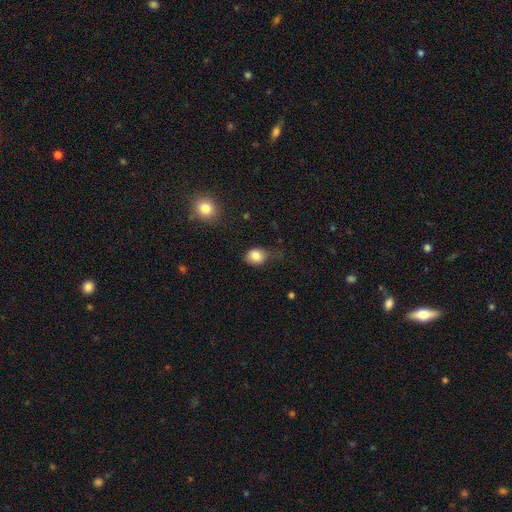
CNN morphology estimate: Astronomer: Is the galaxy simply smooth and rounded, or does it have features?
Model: smooth — 82%.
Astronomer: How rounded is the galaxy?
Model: round — 50% (runner-up: in between, 49%).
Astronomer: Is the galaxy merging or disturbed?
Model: none — 60%.